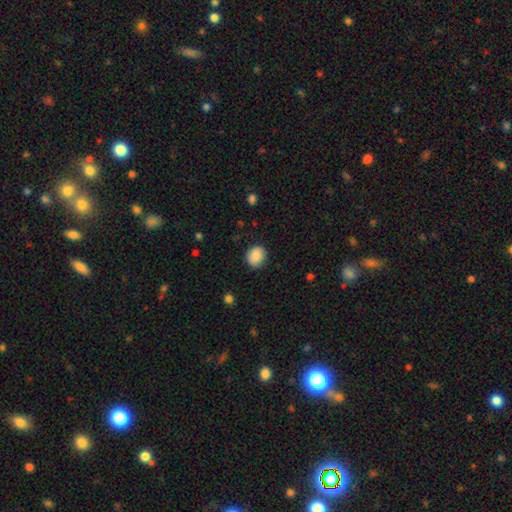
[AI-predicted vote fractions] A smooth galaxy with no disk features (87%) that is round (69%).

Vote fractions:
- Smooth or featured? smooth: 87% / star or artifact: 8% / featured or disk: 6%
- How rounded? round: 69% / in between: 30% / cigar-shaped: 1%
- Merging? none: 83% / minor disturbance: 13% / major disturbance: 3% / merger: 1%